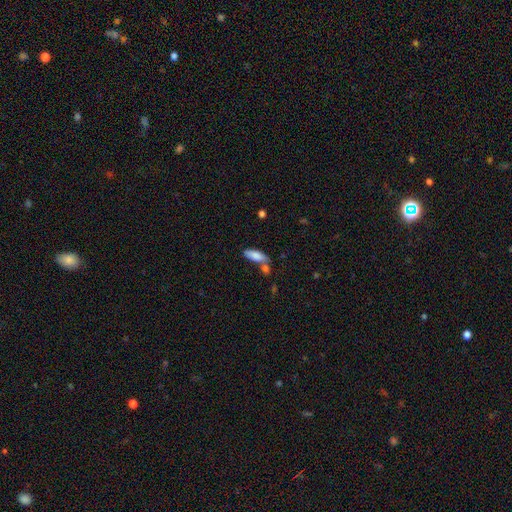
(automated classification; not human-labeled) smooth_or_featured: smooth (p=0.81) [alt: featured or disk p=0.12]
how_rounded: in between (p=0.66) [alt: cigar-shaped p=0.32]
merging: none (p=0.56) [alt: merger p=0.22]